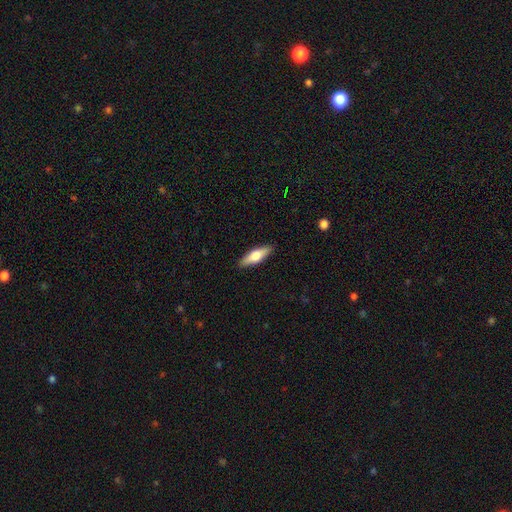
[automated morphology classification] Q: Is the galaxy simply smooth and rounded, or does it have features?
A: smooth — 60%.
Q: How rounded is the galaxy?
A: cigar-shaped — 49%, tied with in between.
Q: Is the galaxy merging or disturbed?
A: none — 90%.